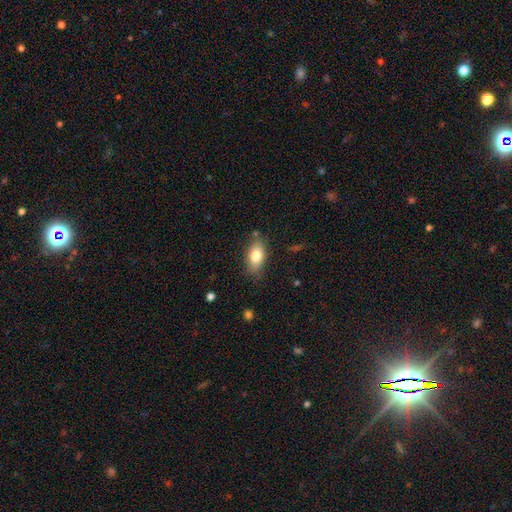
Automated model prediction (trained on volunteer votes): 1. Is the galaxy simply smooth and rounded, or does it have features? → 79% smooth, 13% featured or disk, 7% star or artifact.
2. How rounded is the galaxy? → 89% in between, 6% round, 5% cigar-shaped.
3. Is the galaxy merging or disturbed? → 78% none, 16% minor disturbance, 4% major disturbance, 3% merger.